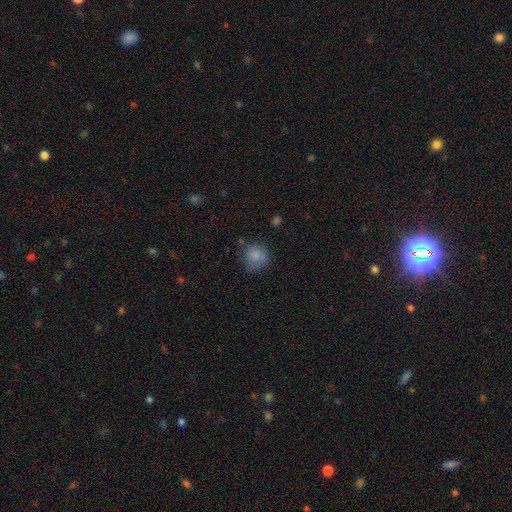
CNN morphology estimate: Q: Smooth or featured?
A: smooth (82%); runner-up: star or artifact (11%)
Q: How rounded?
A: round (85%); runner-up: in between (14%)
Q: Merging?
A: none (65%); runner-up: minor disturbance (24%)